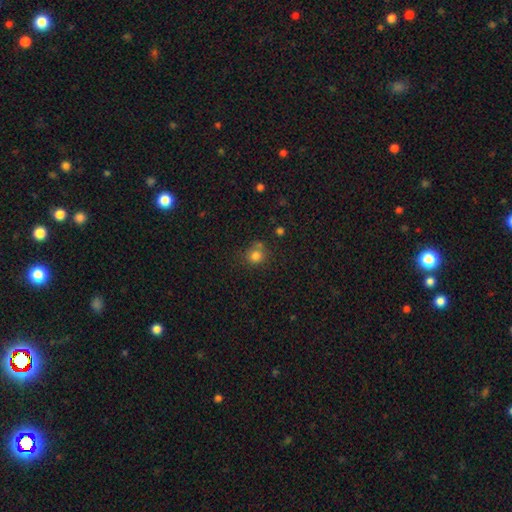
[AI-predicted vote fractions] This appears to be a smooth galaxy with no disk features (81%) that is round (84%). Merging: none (63%).